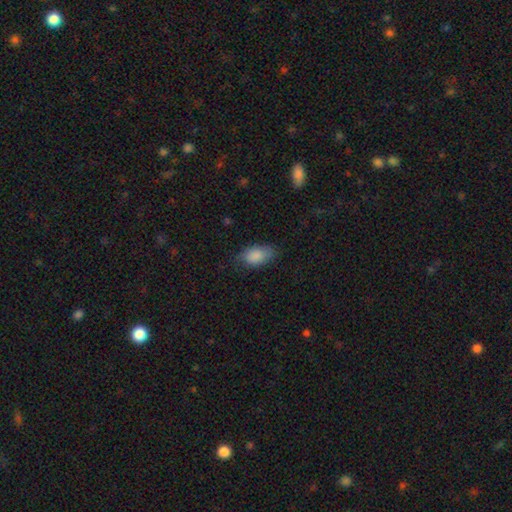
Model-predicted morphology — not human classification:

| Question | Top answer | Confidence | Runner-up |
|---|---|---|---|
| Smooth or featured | smooth | 87% | star or artifact (7%) |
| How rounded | in between | 92% | round (6%) |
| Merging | none | 72% | minor disturbance (21%) |